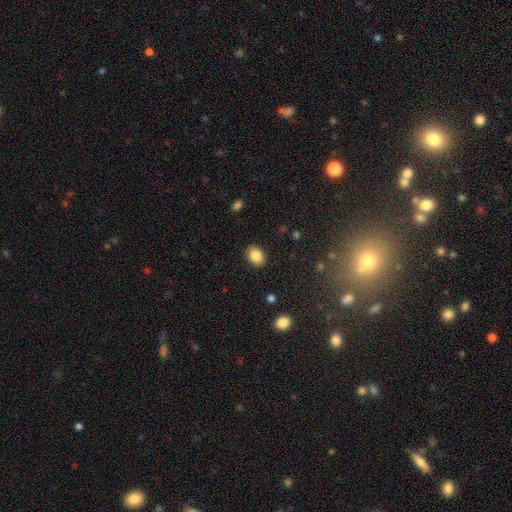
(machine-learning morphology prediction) Overall: smooth (86%). How rounded: in between (64%; round 35%). Merging: none (89%).